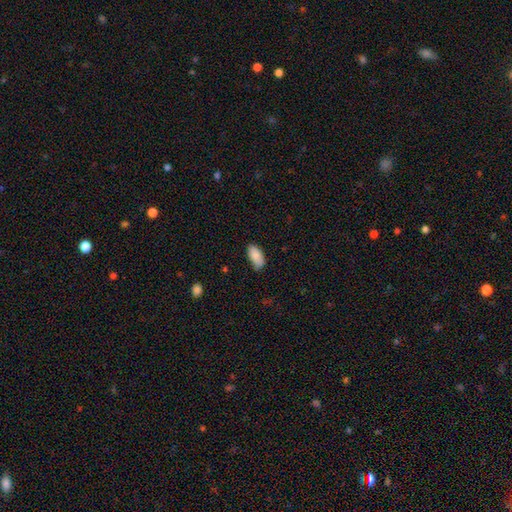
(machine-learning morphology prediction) smooth-or-featured: smooth: 87% | star or artifact: 7% | featured or disk: 6%
  how-rounded: in between: 92% | cigar-shaped: 5% | round: 2%
  merging: none: 71% | minor disturbance: 24% | major disturbance: 3% | merger: 2%